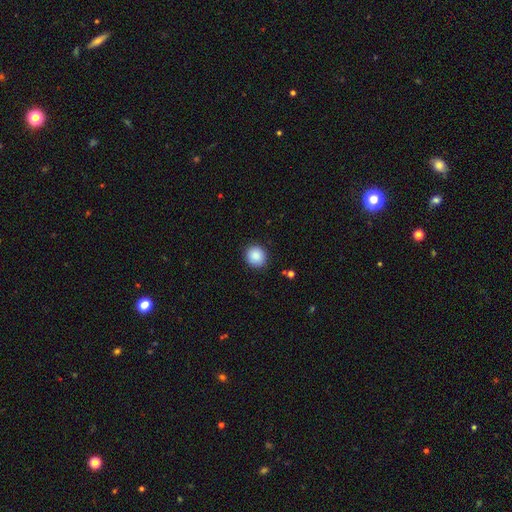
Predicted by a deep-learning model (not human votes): Smooth or featured: smooth — 88% (star or artifact — 8%)
How rounded: round — 85% (in between — 14%)
Merging: none — 89% (minor disturbance — 8%)